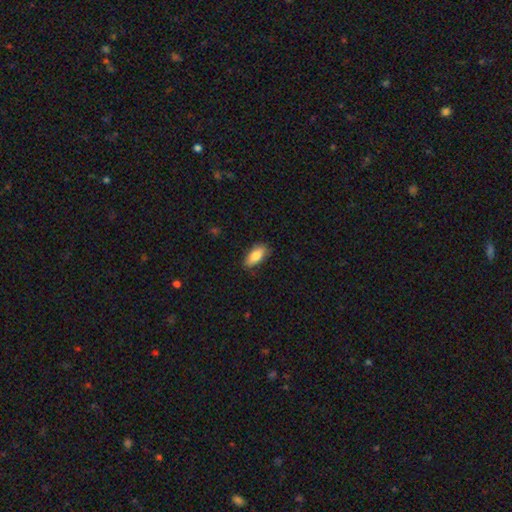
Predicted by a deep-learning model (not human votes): A smooth galaxy with no disk features (82%) that is in between round and cigar-shaped (82%). Merging: none (81%).